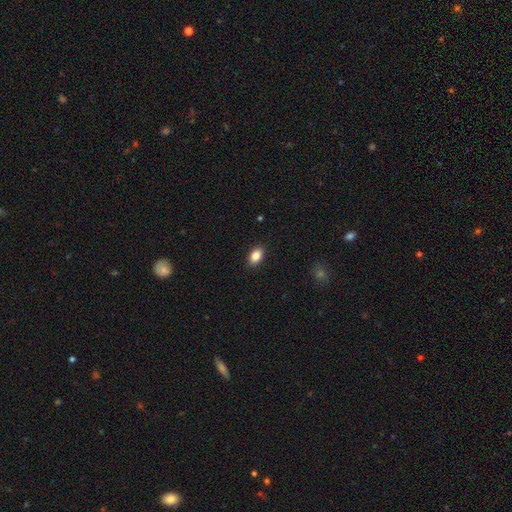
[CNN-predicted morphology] smooth-or-featured: smooth: 84% | star or artifact: 8% | featured or disk: 8%
  how-rounded: in between: 87% | round: 11% | cigar-shaped: 2%
  merging: none: 89% | minor disturbance: 8% | major disturbance: 2% | merger: 1%